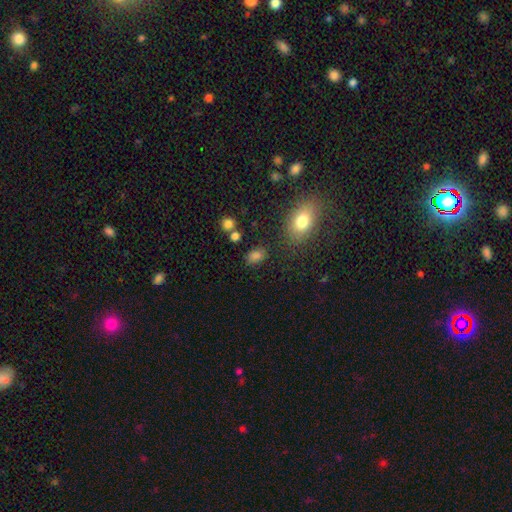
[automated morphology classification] smooth-or-featured: smooth: 81% | star or artifact: 13% | featured or disk: 6%
  how-rounded: in between: 79% | round: 20% | cigar-shaped: 2%
  merging: none: 77% | minor disturbance: 14% | merger: 4% | major disturbance: 4%